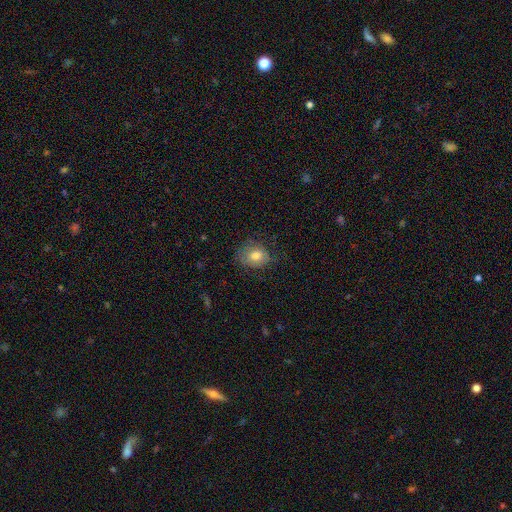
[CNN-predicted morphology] Smooth or featured? smooth (75%)
How rounded? in between (52%)
Merging? none (65%)